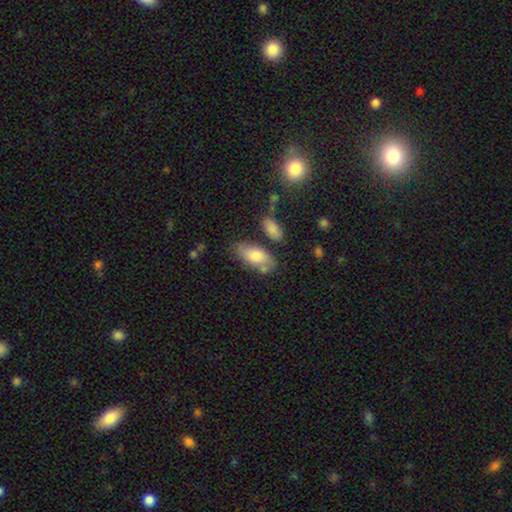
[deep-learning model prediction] Overall: smooth (78%). How rounded: in between (89%). Merging: none (65%).